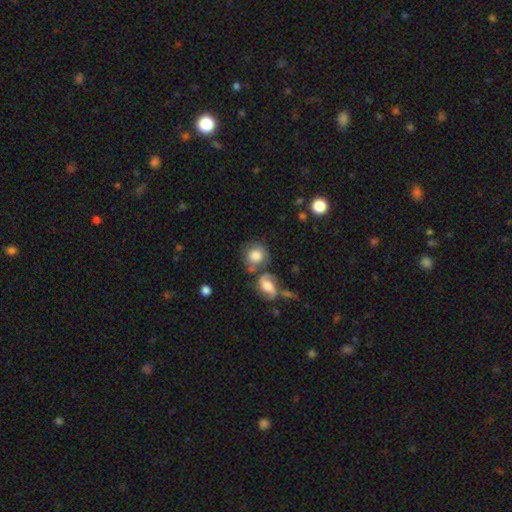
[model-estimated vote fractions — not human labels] Smooth or featured: smooth — 68% (featured or disk — 24%)
How rounded: round — 78% (in between — 21%)
Merging: none — 46% (merger — 31%)